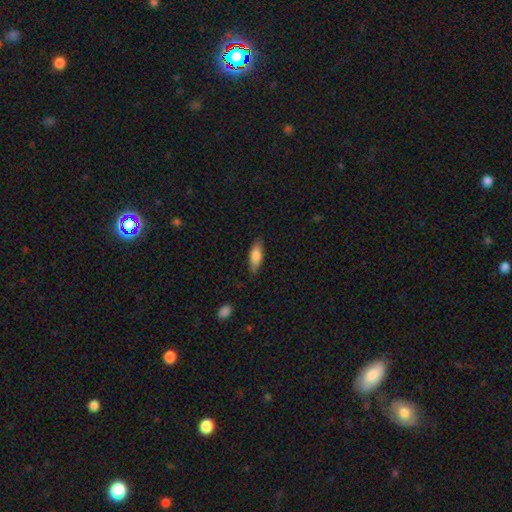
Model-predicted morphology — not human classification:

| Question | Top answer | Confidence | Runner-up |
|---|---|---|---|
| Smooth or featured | smooth | 78% | featured or disk (15%) |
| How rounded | in between | 63% | cigar-shaped (35%) |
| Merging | none | 81% | minor disturbance (14%) |